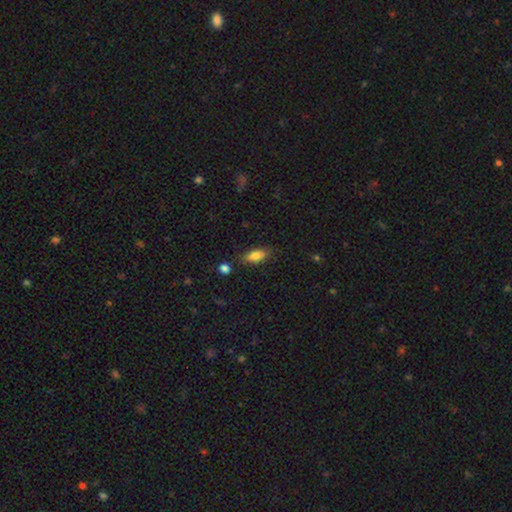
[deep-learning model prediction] Smooth or featured?
  - smooth: 80% *
  - featured or disk: 12%
  - star or artifact: 8%
How rounded?
  - in between: 80% *
  - cigar-shaped: 17%
  - round: 3%
Merging?
  - none: 80% *
  - minor disturbance: 14%
  - merger: 3%
  - major disturbance: 3%